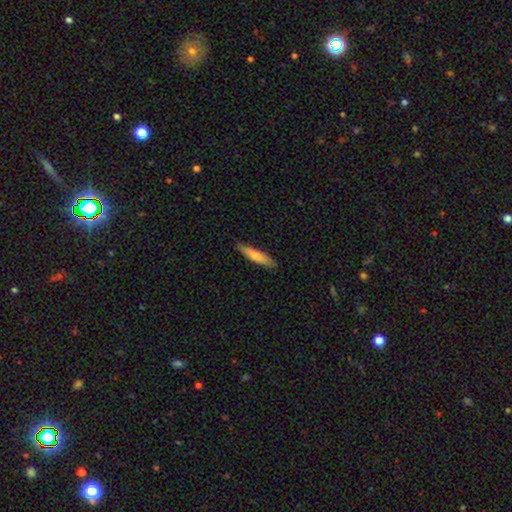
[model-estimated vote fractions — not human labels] Q: Smooth or featured?
A: smooth (74%); runner-up: featured or disk (21%)
Q: How rounded?
A: cigar-shaped (83%); runner-up: in between (16%)
Q: Merging?
A: none (83%); runner-up: minor disturbance (13%)